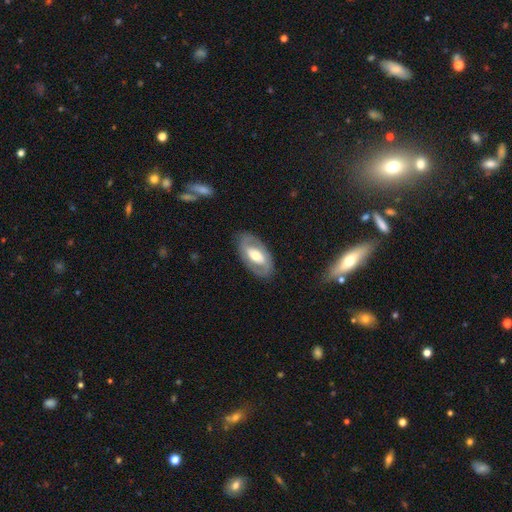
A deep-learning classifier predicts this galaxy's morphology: featured or disk 64%, smooth 31%, star or artifact 5%. Down the decision tree: edge-on disk — no (91%); bar — no (38%); spiral arms — no (52%); bulge size — moderate (63%); merging — none (82%).